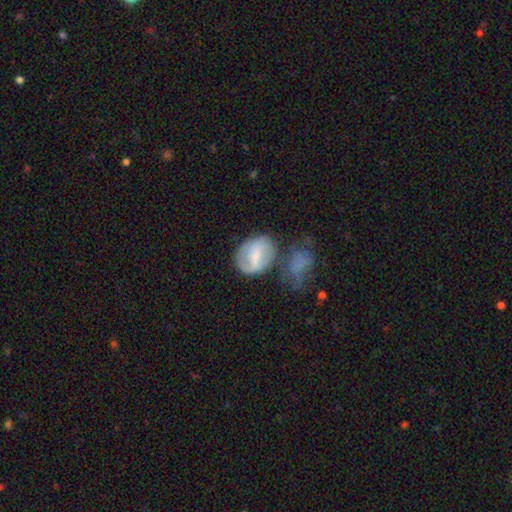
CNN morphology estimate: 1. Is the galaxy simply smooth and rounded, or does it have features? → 49% featured or disk, 44% smooth, 7% star or artifact.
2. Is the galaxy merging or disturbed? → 46% none, 22% minor disturbance, 19% merger, 13% major disturbance.